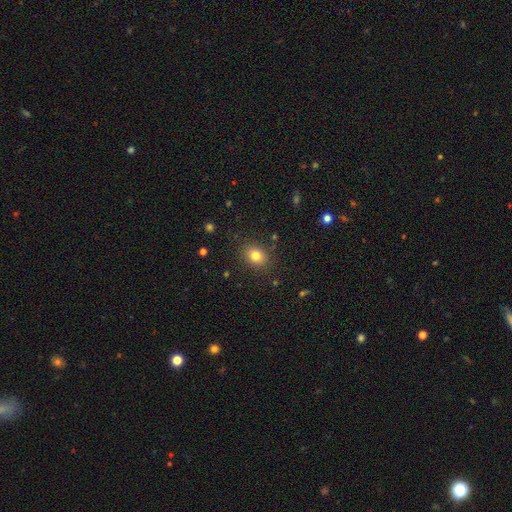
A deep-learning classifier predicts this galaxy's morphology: The model was most divided on "how rounded": in between: 51%, round: 48%, cigar-shaped: 1%. More confident: merging — none (86%); smooth or featured — smooth (80%).